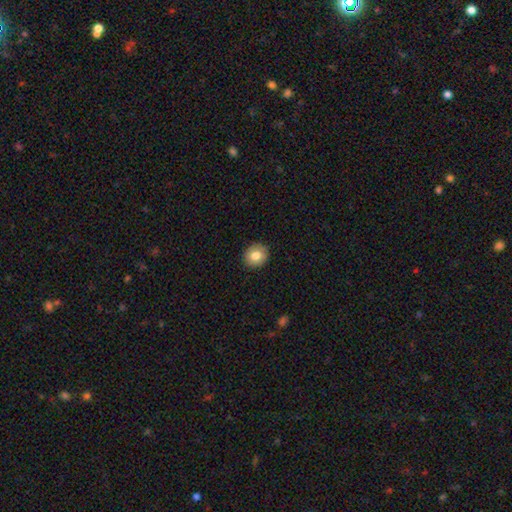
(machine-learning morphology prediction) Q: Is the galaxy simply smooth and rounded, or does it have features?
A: smooth — 81%.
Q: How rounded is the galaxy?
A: round — 82%.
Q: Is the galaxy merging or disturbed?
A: none — 91%.